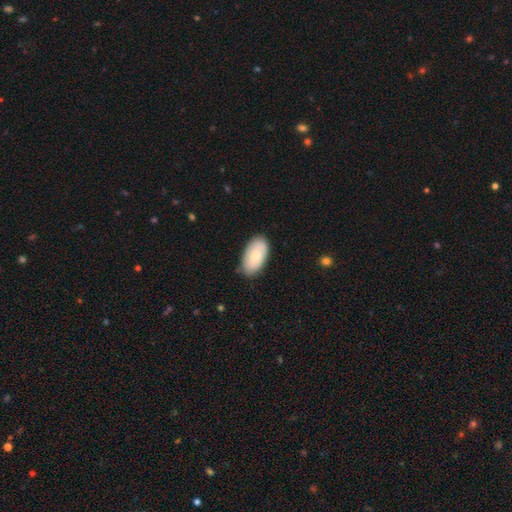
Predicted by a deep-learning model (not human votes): Smooth or featured? Predicted: smooth (p=0.77). How rounded? Predicted: in between (p=0.95). Merging? Predicted: none (p=0.81).